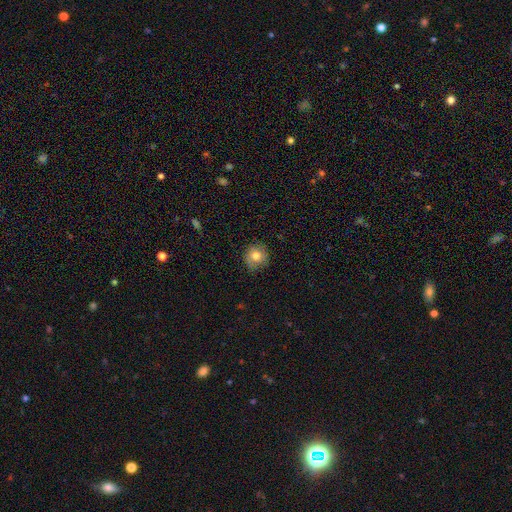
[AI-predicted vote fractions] This is likely a smooth galaxy (75%). How rounded: clearly round (86%). Merging: likely none (78%).